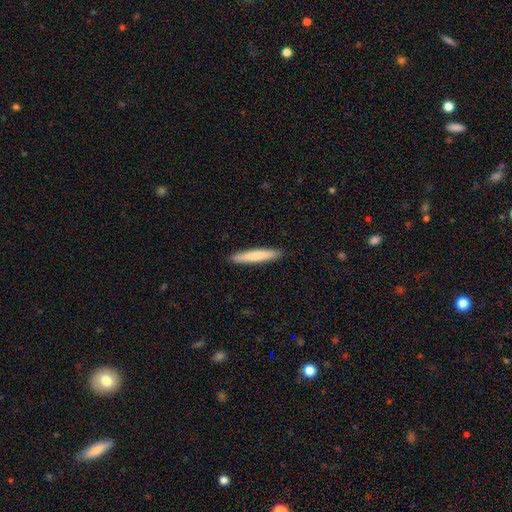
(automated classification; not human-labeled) Q: Smooth or featured?
A: smooth (77%); runner-up: featured or disk (18%)
Q: How rounded?
A: cigar-shaped (94%); runner-up: in between (5%)
Q: Merging?
A: none (92%); runner-up: minor disturbance (6%)